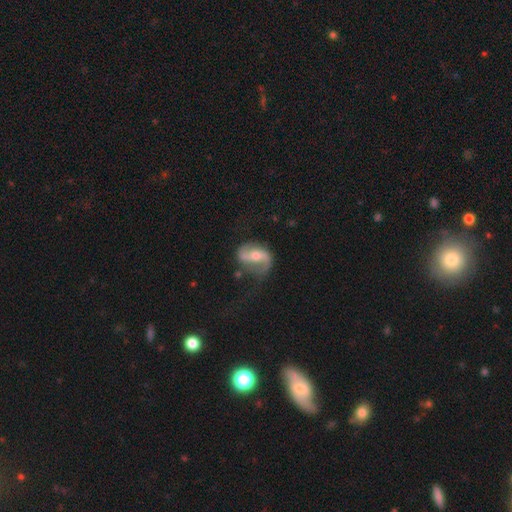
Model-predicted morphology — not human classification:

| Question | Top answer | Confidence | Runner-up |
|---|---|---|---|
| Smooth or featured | featured or disk | 80% | smooth (14%) |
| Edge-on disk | no | 97% | yes (3%) |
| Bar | weak | 39% | no (35%) |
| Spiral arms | yes | 93% | no (7%) |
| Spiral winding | loose | 60% | medium (31%) |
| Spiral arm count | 2 | 87% | 1 (6%) |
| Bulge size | moderate | 59% | small (34%) |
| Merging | none | 61% | minor disturbance (22%) |